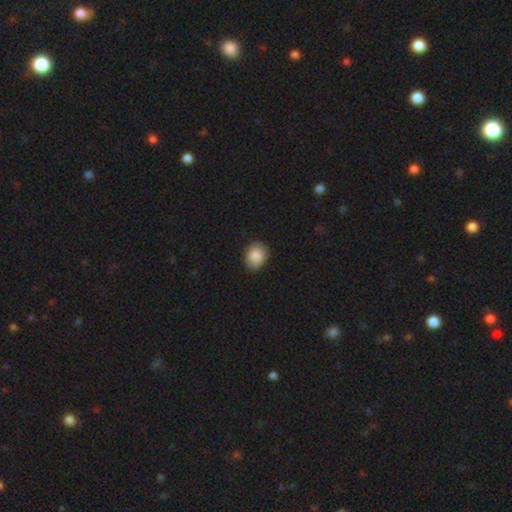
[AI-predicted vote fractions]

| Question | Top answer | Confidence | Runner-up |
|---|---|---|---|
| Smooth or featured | smooth | 87% | star or artifact (7%) |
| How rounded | round | 50% | in between (49%) |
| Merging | none | 81% | minor disturbance (16%) |